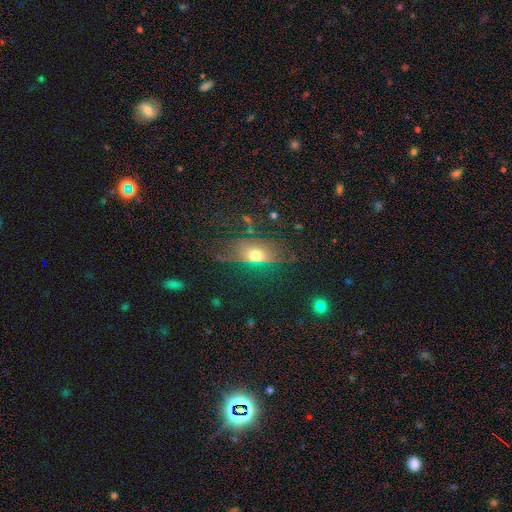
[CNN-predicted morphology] Smooth or featured?
  - smooth: 54% *
  - featured or disk: 24%
  - star or artifact: 22%
How rounded?
  - in between: 68% *
  - round: 23%
  - cigar-shaped: 9%
Merging?
  - none: 66% *
  - minor disturbance: 19%
  - major disturbance: 13%
  - merger: 3%